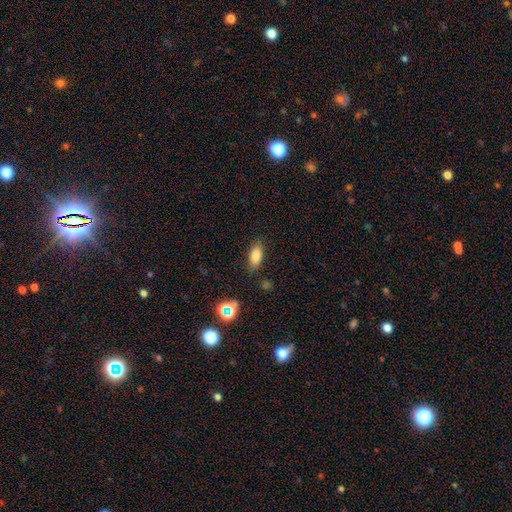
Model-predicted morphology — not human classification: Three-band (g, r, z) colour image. It shows a smooth galaxy with no disk features (82%) that is in between round and cigar-shaped (84%). Merging: none (81%).